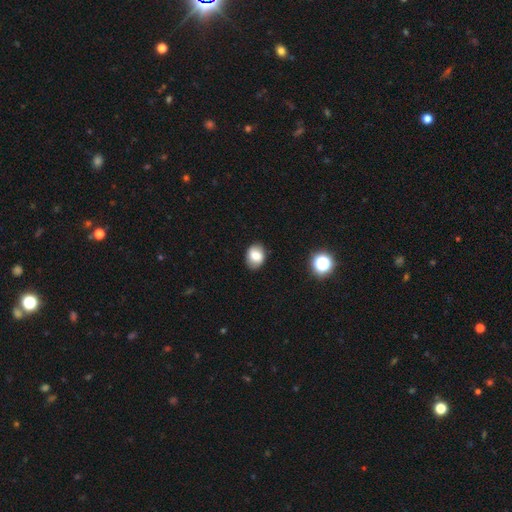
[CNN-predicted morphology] Smooth or featured: smooth — 77% (featured or disk — 13%)
How rounded: in between — 65% (round — 34%)
Merging: none — 84% (minor disturbance — 12%)